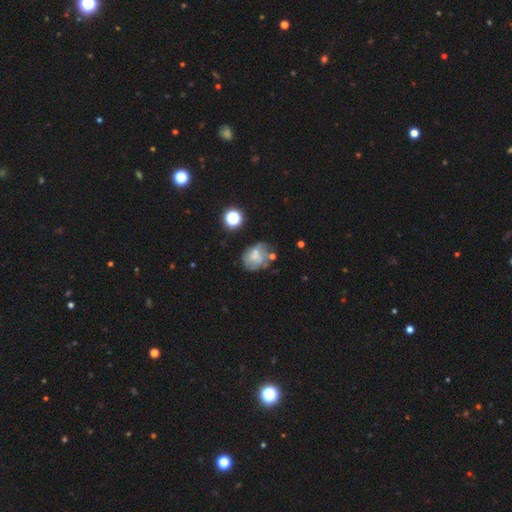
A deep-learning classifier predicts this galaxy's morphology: Smooth or featured? featured or disk (46%)
Merging? none (45%)